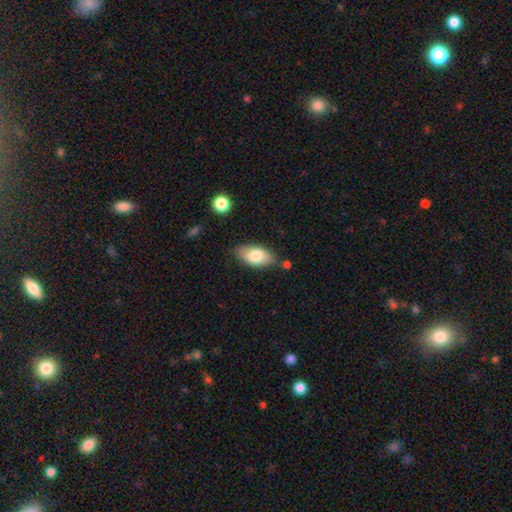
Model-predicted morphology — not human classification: A smooth galaxy with no disk features (78%) that is in between round and cigar-shaped (92%).

Vote fractions:
- Smooth or featured? smooth: 78% / featured or disk: 16% / star or artifact: 6%
- How rounded? in between: 92% / cigar-shaped: 5% / round: 4%
- Merging? none: 76% / minor disturbance: 16% / merger: 4% / major disturbance: 3%